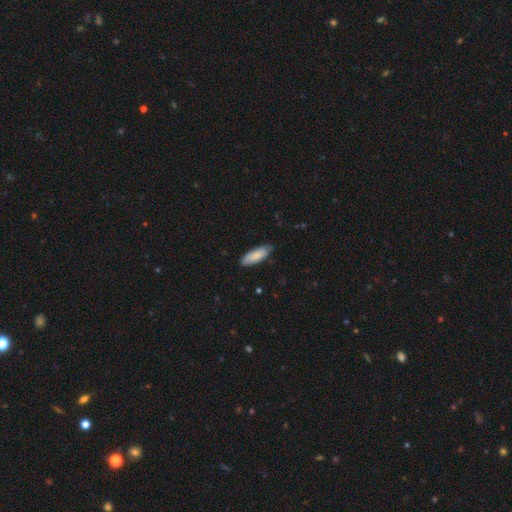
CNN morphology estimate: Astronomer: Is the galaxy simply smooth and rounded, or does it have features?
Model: smooth — 82%.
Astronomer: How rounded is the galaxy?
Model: in between — 65%.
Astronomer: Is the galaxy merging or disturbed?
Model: none — 80%.